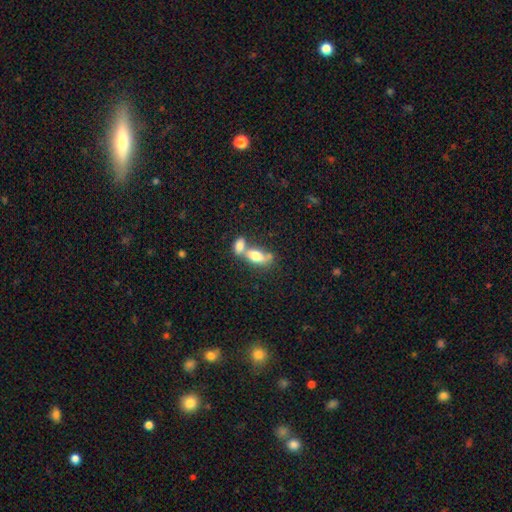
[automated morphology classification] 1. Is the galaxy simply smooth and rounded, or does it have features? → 71% smooth, 21% featured or disk, 8% star or artifact.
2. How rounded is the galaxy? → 83% in between, 9% cigar-shaped, 8% round.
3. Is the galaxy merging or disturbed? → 68% merger, 20% none, 7% minor disturbance, 5% major disturbance.